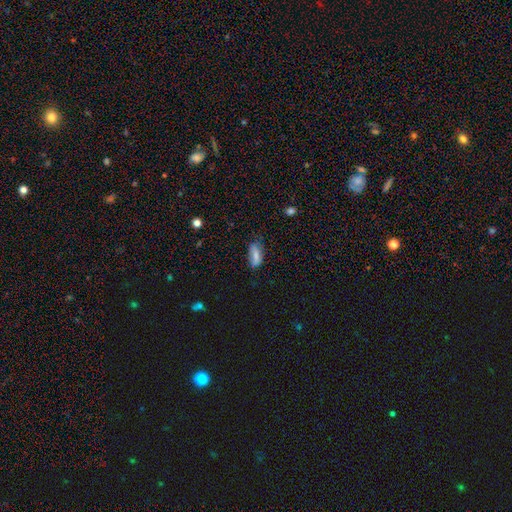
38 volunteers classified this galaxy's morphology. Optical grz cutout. It shows a smooth galaxy with no disk features (76%) that is in between round and cigar-shaped (97%). Merging: none (66%).